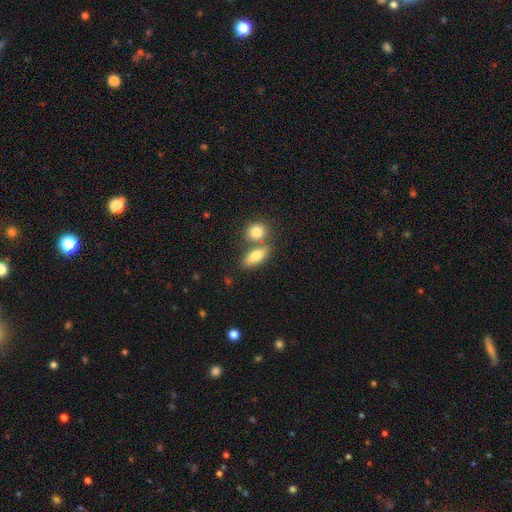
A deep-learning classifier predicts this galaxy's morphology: Smooth or featured? Predicted: smooth (p=0.78). How rounded? Predicted: in between (p=0.73). Merging? Predicted: none (p=0.54).